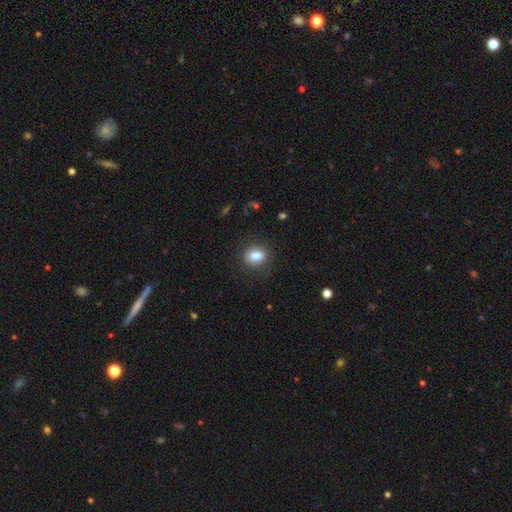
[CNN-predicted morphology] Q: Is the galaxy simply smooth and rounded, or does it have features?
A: smooth — 84%.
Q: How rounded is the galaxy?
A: round — 50%.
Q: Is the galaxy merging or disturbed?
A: none — 84%.